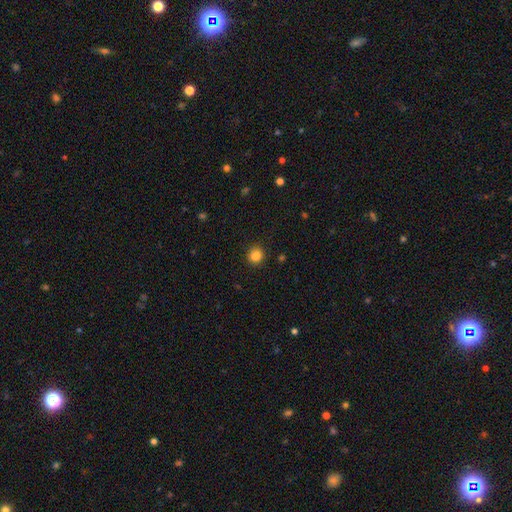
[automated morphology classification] The model was most divided on "smooth or featured": smooth: 85%, star or artifact: 11%, featured or disk: 4%. More confident: merging — none (89%); how rounded — round (87%).